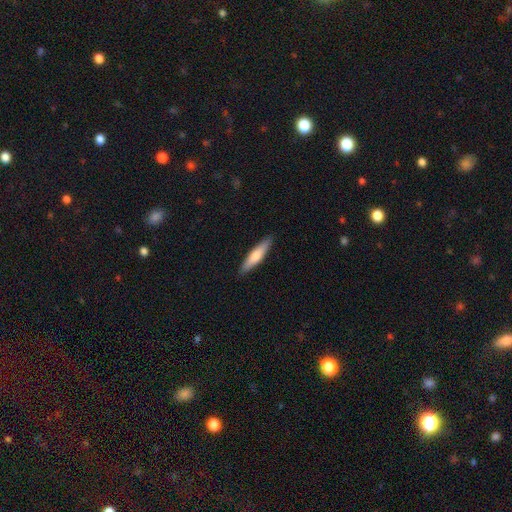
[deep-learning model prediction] Smooth or featured? smooth (67%)
How rounded? cigar-shaped (82%)
Merging? none (90%)